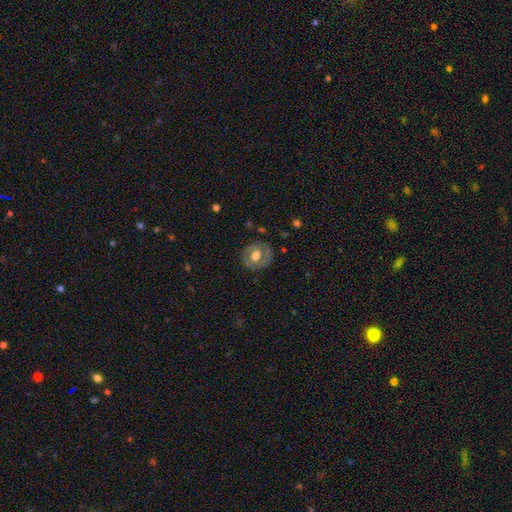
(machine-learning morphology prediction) Q: Smooth or featured?
A: smooth (48%); runner-up: featured or disk (46%)
Q: Merging?
A: none (80%); runner-up: minor disturbance (14%)